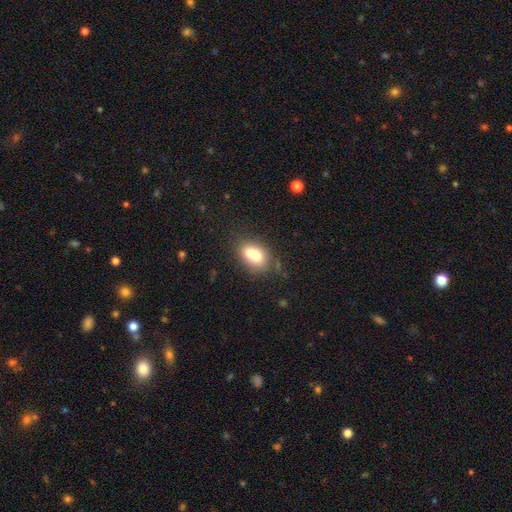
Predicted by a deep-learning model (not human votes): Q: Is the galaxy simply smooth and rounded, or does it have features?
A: smooth — 68%.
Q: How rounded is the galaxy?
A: in between — 67%.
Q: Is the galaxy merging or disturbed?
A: merger — 49%.